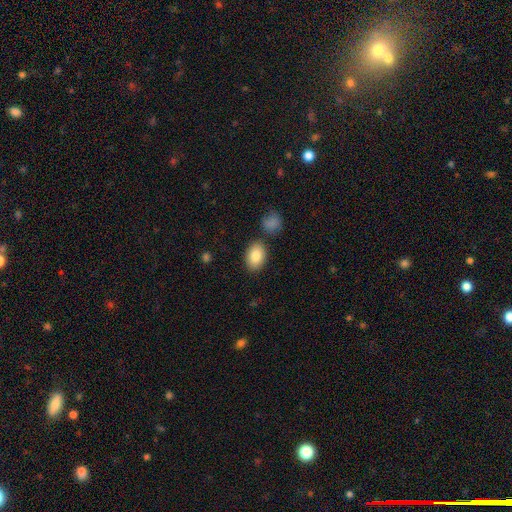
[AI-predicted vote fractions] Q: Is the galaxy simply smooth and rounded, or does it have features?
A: smooth — 85%.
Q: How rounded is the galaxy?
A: in between — 86%.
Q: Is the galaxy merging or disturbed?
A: none — 81%.